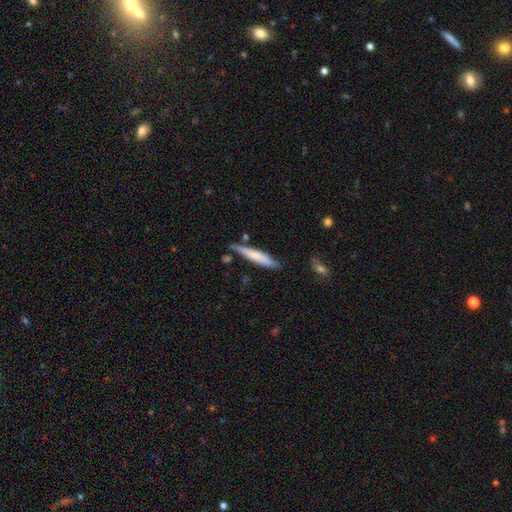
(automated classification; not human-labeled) Smooth or featured?
  - smooth: 67% *
  - featured or disk: 28%
  - star or artifact: 6%
How rounded?
  - cigar-shaped: 90% *
  - in between: 8%
  - round: 1%
Merging?
  - none: 70% *
  - minor disturbance: 21%
  - merger: 5%
  - major disturbance: 4%